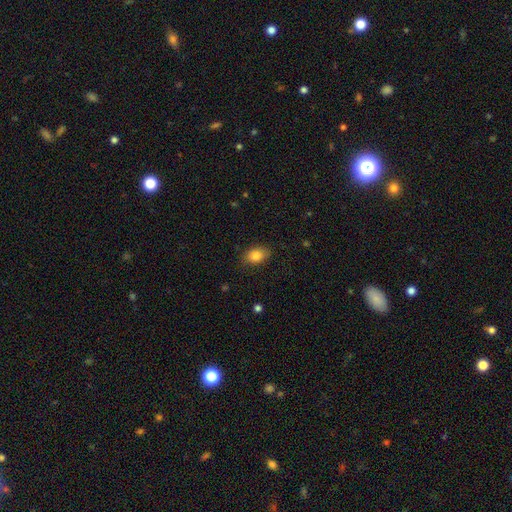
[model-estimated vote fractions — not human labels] A smooth galaxy with no disk features (85%) that is in between round and cigar-shaped (82%).

Vote fractions:
- Smooth or featured? smooth: 85% / star or artifact: 8% / featured or disk: 7%
- How rounded? in between: 82% / round: 16% / cigar-shaped: 2%
- Merging? none: 80% / minor disturbance: 15% / major disturbance: 4% / merger: 1%